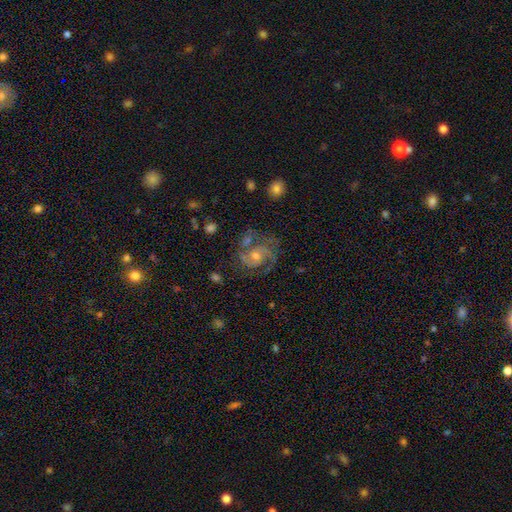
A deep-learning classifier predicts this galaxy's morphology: A featured or disk galaxy (85%) with no bar (61%), 2 (70%) medium (48%) spiral arms (97%) and a moderate central bulge (55%).

Vote fractions:
- Smooth or featured? featured or disk: 85% / star or artifact: 8% / smooth: 7%
- Edge-on disk? no: 98% / yes: 2%
- Bar? no: 61% / weak: 32% / strong: 7%
- Spiral arms? yes: 97% / no: 3%
- Spiral winding? medium: 48% / tight: 43% / loose: 9%
- Spiral arm count? 2: 70% / 3: 14% / can't tell: 7% / 1: 3% / 4: 3% / more than 4: 2%
- Bulge size? moderate: 55% / small: 38% / large: 4% / none: 3% / dominant: 1%
- Merging? none: 69% / minor disturbance: 17% / major disturbance: 9% / merger: 5%